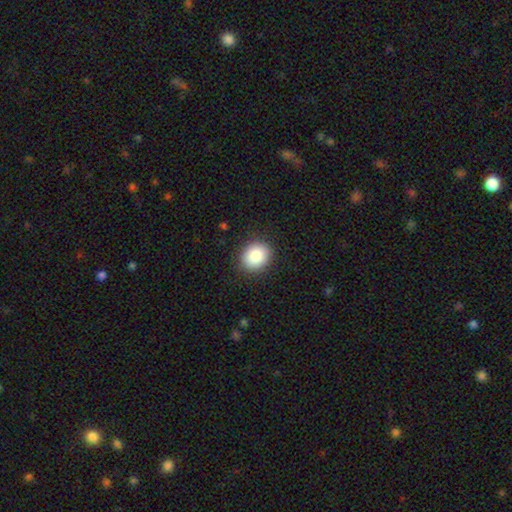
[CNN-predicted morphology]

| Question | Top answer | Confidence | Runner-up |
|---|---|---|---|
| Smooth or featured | smooth | 88% | star or artifact (8%) |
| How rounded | round | 67% | in between (32%) |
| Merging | none | 89% | minor disturbance (8%) |